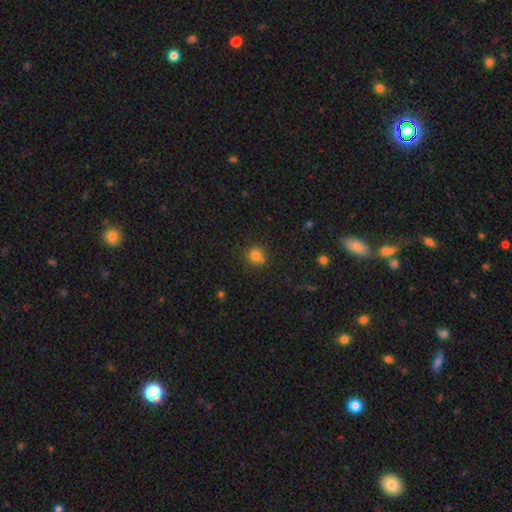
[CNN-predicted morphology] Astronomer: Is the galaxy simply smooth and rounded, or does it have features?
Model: smooth — 77%.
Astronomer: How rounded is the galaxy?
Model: round — 89%.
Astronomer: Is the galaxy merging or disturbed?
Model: none — 67%.